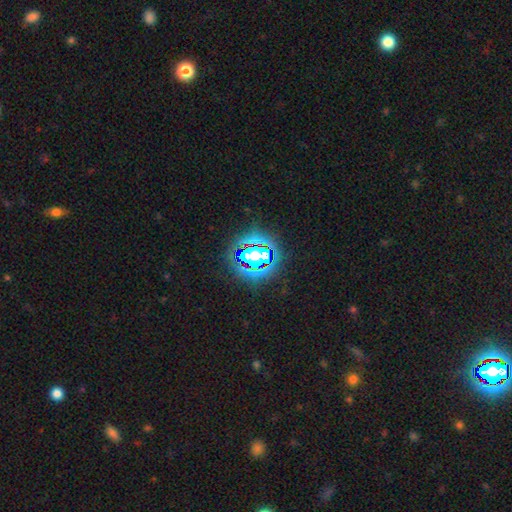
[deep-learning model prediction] This appears to be a star or artifact, not a galaxy (68%).